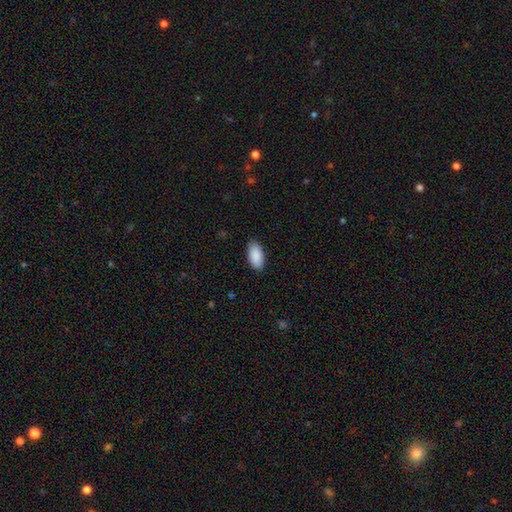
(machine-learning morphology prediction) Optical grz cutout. It shows a smooth galaxy with no disk features (91%) that is in between round and cigar-shaped (94%). Merging: none (88%).